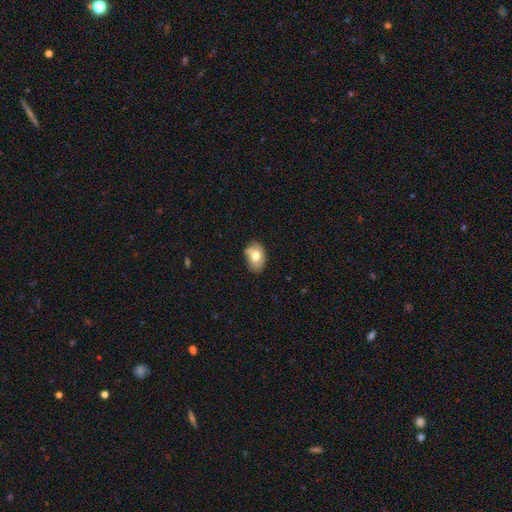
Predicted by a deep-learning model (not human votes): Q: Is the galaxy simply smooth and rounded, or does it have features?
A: smooth — 73%.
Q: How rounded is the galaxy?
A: in between — 79%.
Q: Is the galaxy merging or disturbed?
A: none — 60%.